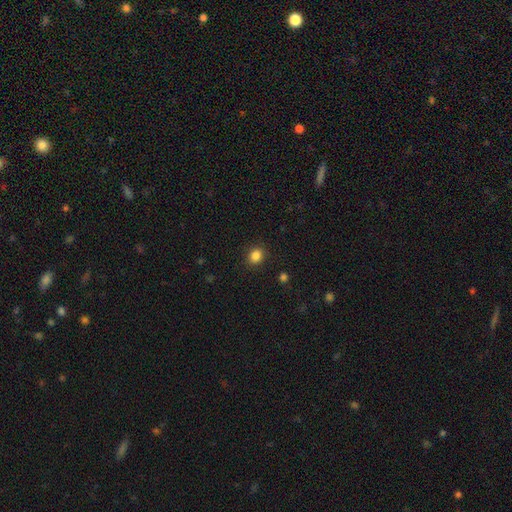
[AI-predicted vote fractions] smooth_or_featured: smooth (p=0.85) [alt: star or artifact p=0.11]
how_rounded: round (p=0.63) [alt: in between p=0.36]
merging: none (p=0.89) [alt: minor disturbance p=0.07]